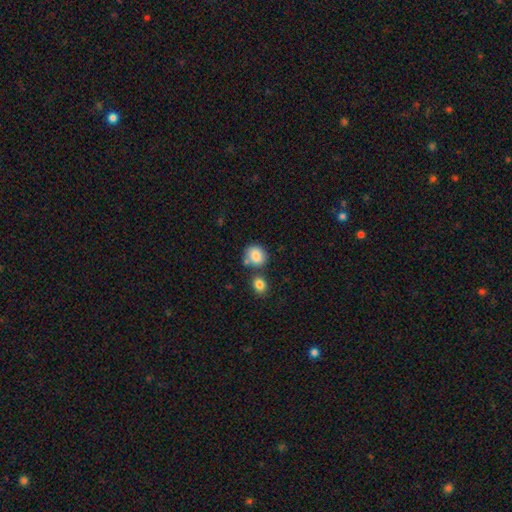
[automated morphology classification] Overall: smooth (84%). How rounded: round (68%; in between 31%). Merging: none (65%).